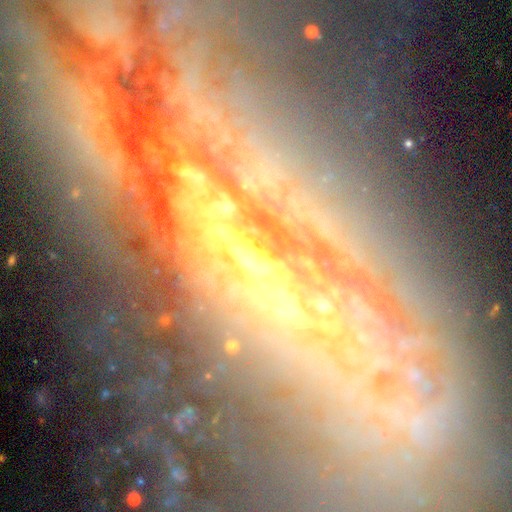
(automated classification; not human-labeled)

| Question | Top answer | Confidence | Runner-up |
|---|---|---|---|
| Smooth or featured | featured or disk | 76% | star or artifact (12%) |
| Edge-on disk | no | 73% | yes (27%) |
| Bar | no | 48% | strong (26%) |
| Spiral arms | yes | 61% | no (39%) |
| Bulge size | moderate | 48% | small (29%) |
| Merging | none | 41% | major disturbance (32%) |